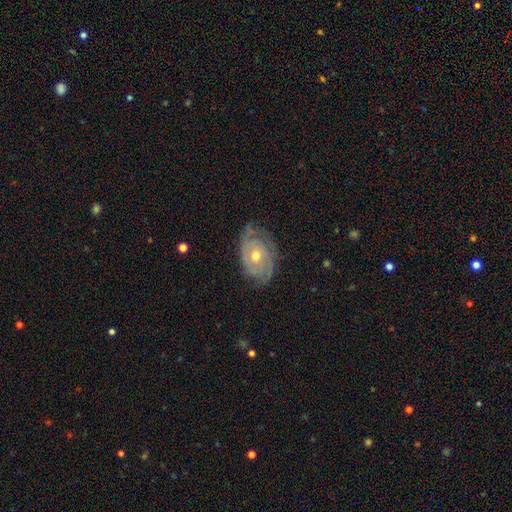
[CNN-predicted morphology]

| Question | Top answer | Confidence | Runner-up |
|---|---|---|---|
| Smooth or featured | featured or disk | 80% | smooth (14%) |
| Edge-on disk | no | 95% | yes (5%) |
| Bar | no | 81% | weak (15%) |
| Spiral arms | yes | 86% | no (14%) |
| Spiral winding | tight | 69% | medium (23%) |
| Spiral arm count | can't tell | 39% | 2 (32%) |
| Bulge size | moderate | 65% | small (31%) |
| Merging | none | 67% | minor disturbance (23%) |